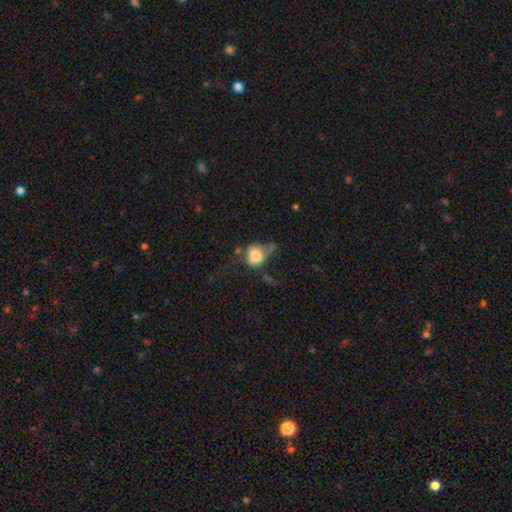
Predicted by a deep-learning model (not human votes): Smooth or featured?
  - smooth: 73% *
  - featured or disk: 17%
  - star or artifact: 9%
How rounded?
  - round: 59% *
  - in between: 40%
  - cigar-shaped: 2%
Merging?
  - none: 32% *
  - minor disturbance: 31%
  - major disturbance: 23%
  - merger: 14%